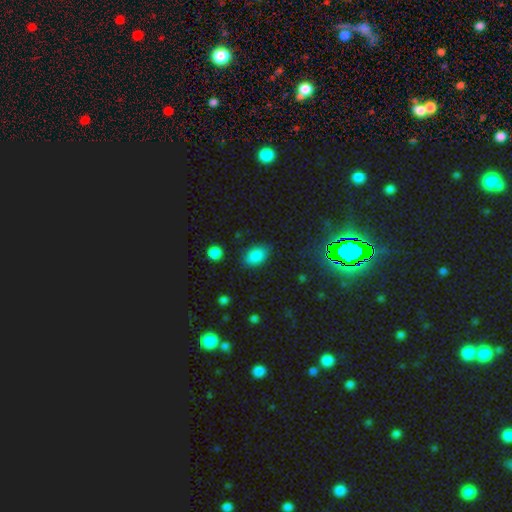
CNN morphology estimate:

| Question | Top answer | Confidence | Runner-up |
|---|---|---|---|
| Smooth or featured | smooth | 86% | star or artifact (10%) |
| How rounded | in between | 87% | round (12%) |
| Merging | none | 82% | minor disturbance (13%) |